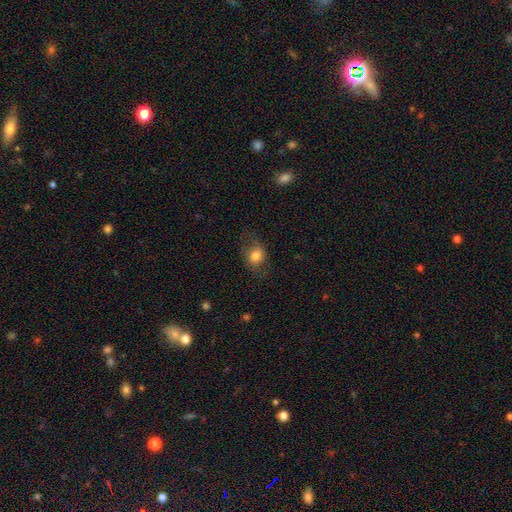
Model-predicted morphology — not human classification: A smooth galaxy with no disk features (73%) that is round (49%, tied with in between). Merging: none (67%).